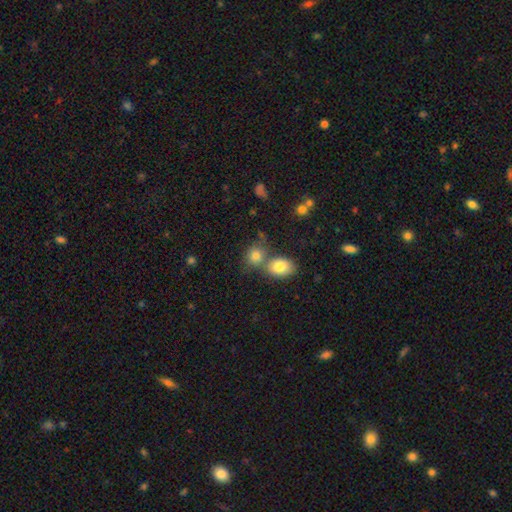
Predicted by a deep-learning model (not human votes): Q: Smooth or featured?
A: smooth (80%); runner-up: star or artifact (11%)
Q: How rounded?
A: round (58%); runner-up: in between (41%)
Q: Merging?
A: none (45%); runner-up: merger (42%)